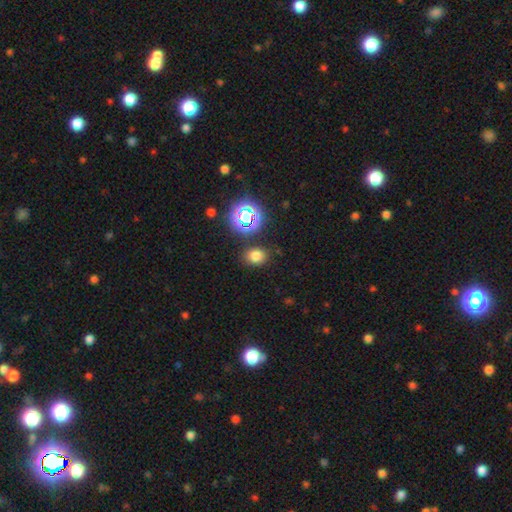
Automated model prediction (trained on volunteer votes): A smooth galaxy with no disk features (72%) that is round (57%).

Vote fractions:
- Smooth or featured? smooth: 72% / star or artifact: 22% / featured or disk: 6%
- How rounded? round: 57% / in between: 42% / cigar-shaped: 1%
- Merging? none: 82% / minor disturbance: 10% / merger: 4% / major disturbance: 3%